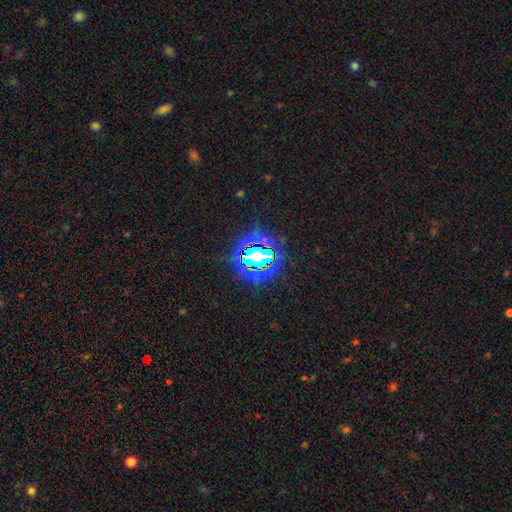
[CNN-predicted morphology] type=star or artifact (72%).